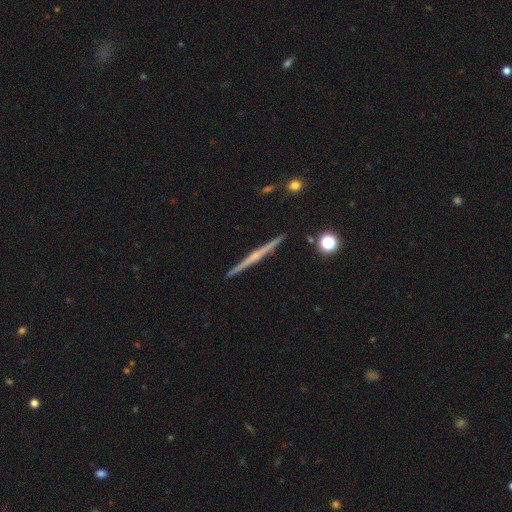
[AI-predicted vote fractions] Smooth or featured? featured or disk (74%)
Edge-on disk? yes (98%)
Edge-on bulge? rounded (49%)
Merging? none (92%)